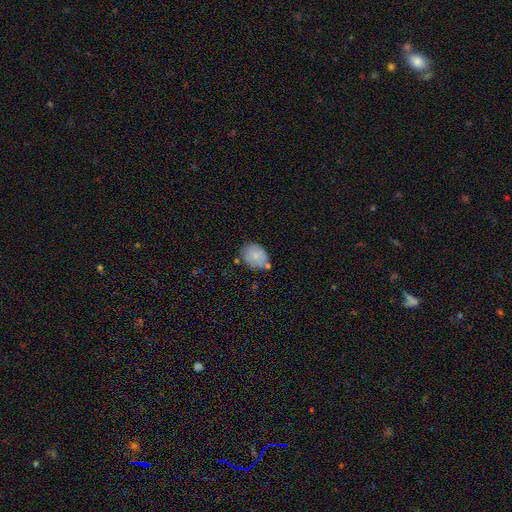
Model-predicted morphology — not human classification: A smooth galaxy with no disk features (77%) that is in between round and cigar-shaped (65%).

Vote fractions:
- Smooth or featured? smooth: 77% / featured or disk: 16% / star or artifact: 8%
- How rounded? in between: 65% / round: 34% / cigar-shaped: 1%
- Merging? none: 62% / minor disturbance: 23% / merger: 10% / major disturbance: 5%